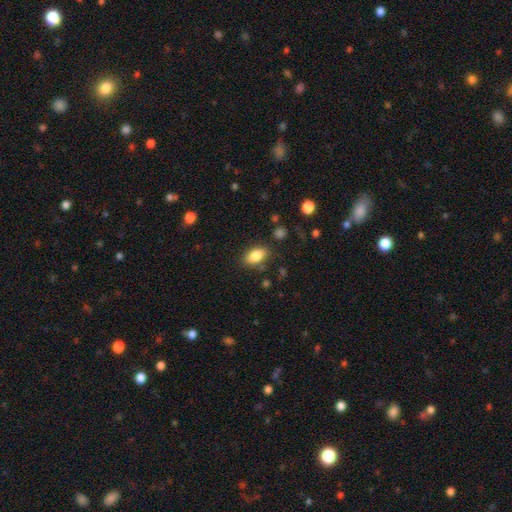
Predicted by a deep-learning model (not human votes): smooth_or_featured: smooth (p=0.84) [alt: star or artifact p=0.08]
how_rounded: in between (p=0.88) [alt: round p=0.09]
merging: none (p=0.82) [alt: minor disturbance p=0.13]